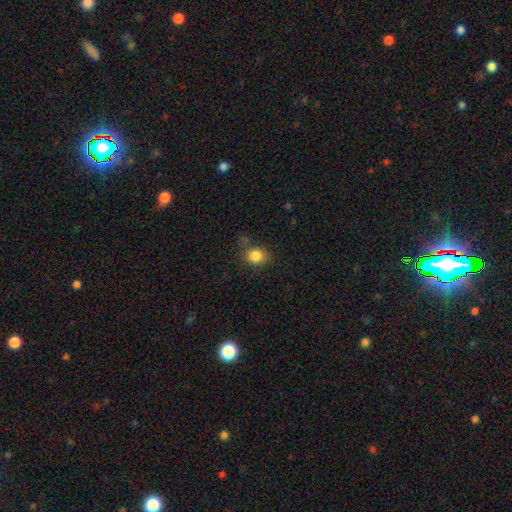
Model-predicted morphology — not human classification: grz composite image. It shows a smooth galaxy with no disk features (84%) that is round (69%). Merging: none (68%).